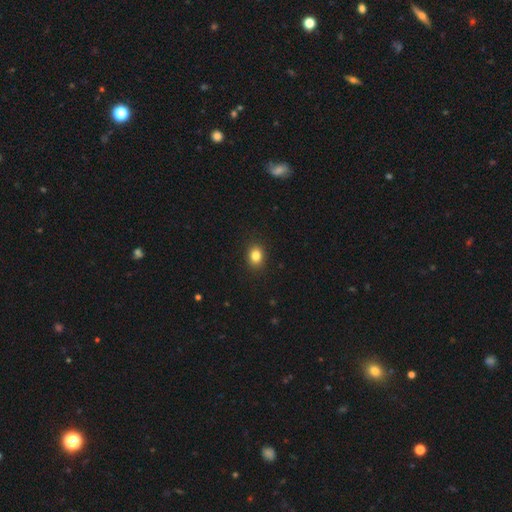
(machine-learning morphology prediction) A smooth galaxy with no disk features (84%) that is round (51%). Merging: none (90%).